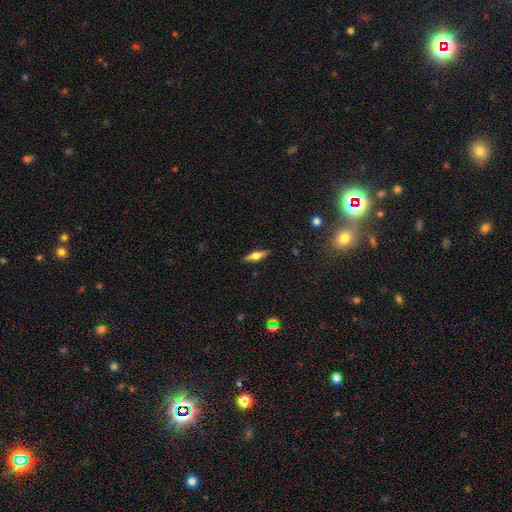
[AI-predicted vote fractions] smooth-or-featured: featured or disk: 53% | smooth: 39% | star or artifact: 7%
  disk-edge-on: yes: 94% | no: 6%
    edge-on-bulge: rounded: 92% | boxy: 6% | none: 3%
  merging: none: 89% | minor disturbance: 8% | major disturbance: 2% | merger: 1%